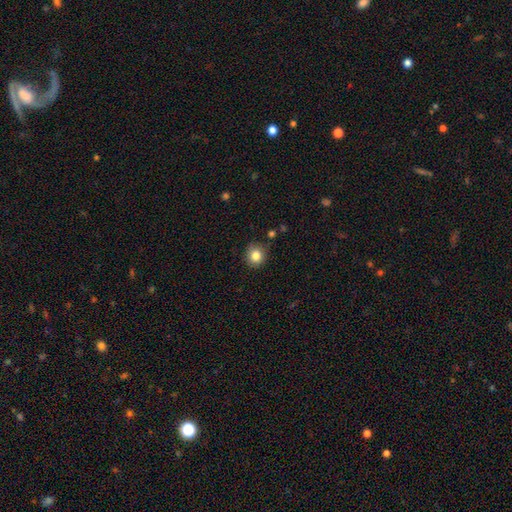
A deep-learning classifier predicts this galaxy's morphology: smooth 83%, star or artifact 10%, featured or disk 7%. Down the decision tree: how rounded — round (85%); merging — none (83%).